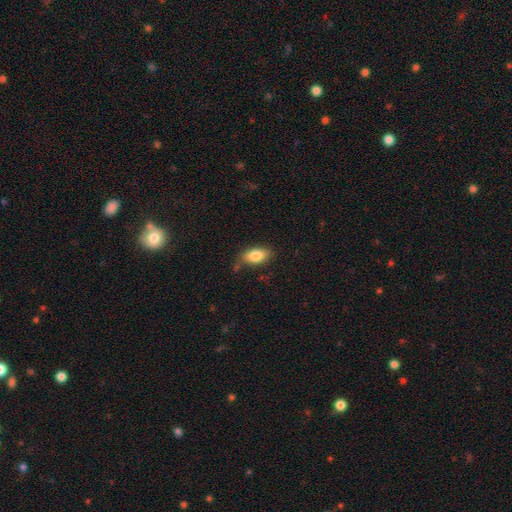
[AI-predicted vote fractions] smooth 83%, featured or disk 10%, star or artifact 7%. Down the decision tree: how rounded — in between (90%); merging — none (72%).